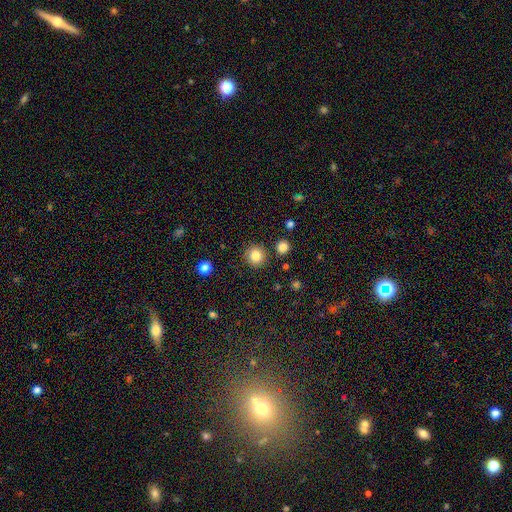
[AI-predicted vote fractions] Smooth or featured: smooth — 84% (star or artifact — 11%)
How rounded: round — 93% (in between — 6%)
Merging: none — 89% (minor disturbance — 6%)